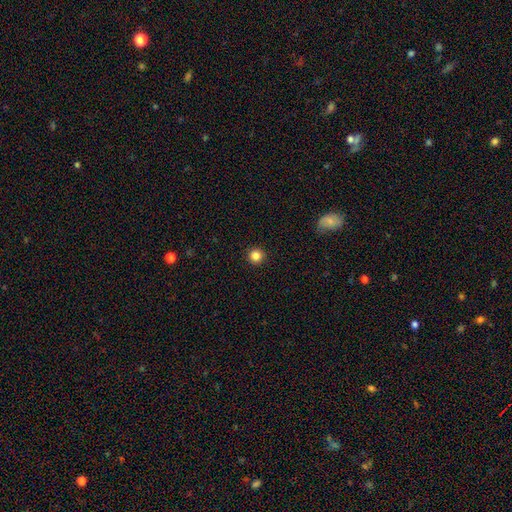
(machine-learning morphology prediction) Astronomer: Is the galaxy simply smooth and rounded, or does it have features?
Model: smooth — 84%.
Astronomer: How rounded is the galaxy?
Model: round — 96%.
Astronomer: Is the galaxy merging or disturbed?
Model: none — 93%.